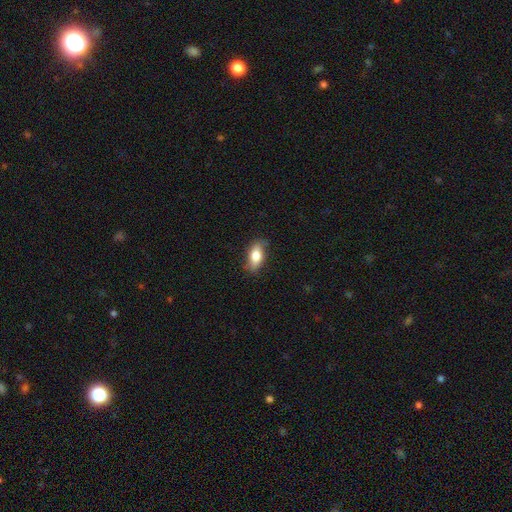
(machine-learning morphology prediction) Overall: smooth (72%). How rounded: in between (84%). Merging: none (77%).